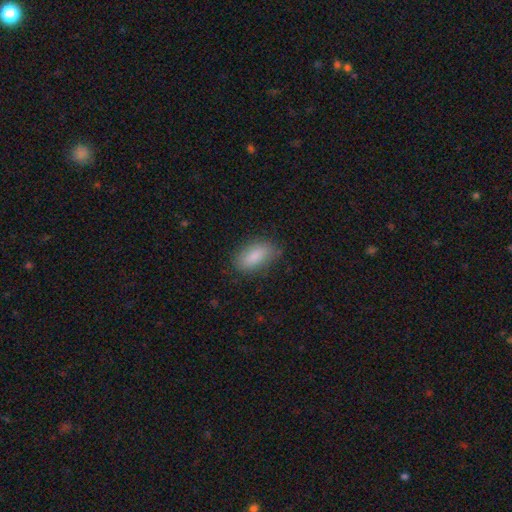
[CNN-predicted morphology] A smooth galaxy with no disk features (86%) that is in between round and cigar-shaped (89%).

Vote fractions:
- Smooth or featured? smooth: 86% / featured or disk: 8% / star or artifact: 7%
- How rounded? in between: 89% / cigar-shaped: 8% / round: 3%
- Merging? none: 79% / minor disturbance: 15% / major disturbance: 4% / merger: 1%